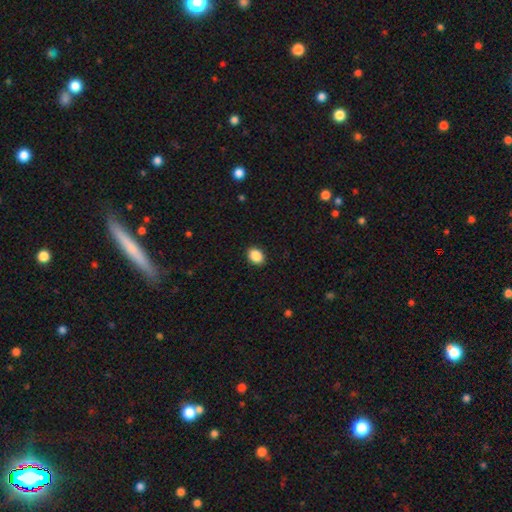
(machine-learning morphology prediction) Smooth or featured?
  - smooth: 89% *
  - star or artifact: 8%
  - featured or disk: 3%
How rounded?
  - in between: 66% *
  - round: 33%
  - cigar-shaped: 1%
Merging?
  - none: 91% *
  - minor disturbance: 7%
  - major disturbance: 2%
  - merger: 1%